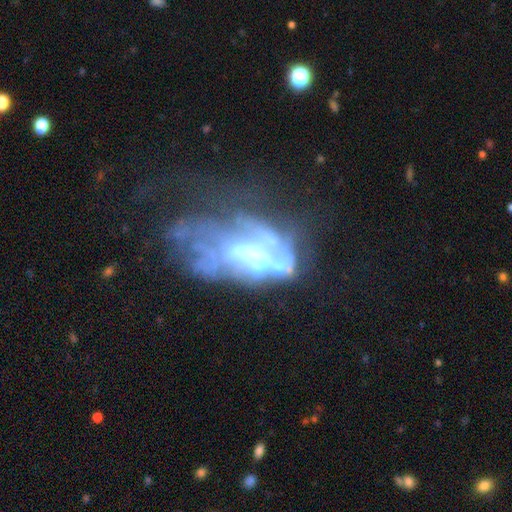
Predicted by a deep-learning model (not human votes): Smooth or featured? featured or disk (71%)
Edge-on disk? no (96%)
Bar? no (78%)
Spiral arms? no (85%)
Bulge size? moderate (34%)
Merging? major disturbance (43%)